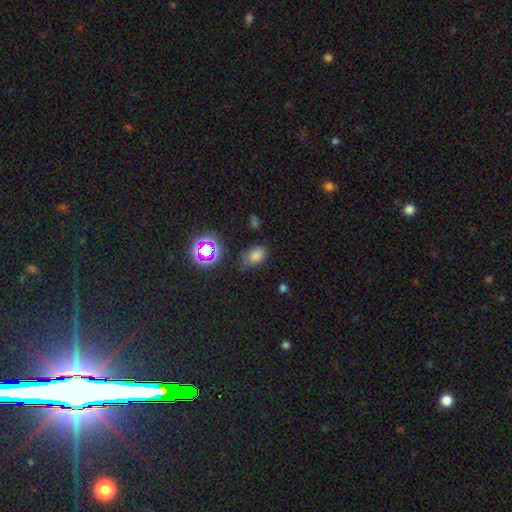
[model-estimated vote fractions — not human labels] Smooth or featured? Predicted: smooth (p=0.71). How rounded? Predicted: in between (p=0.81). Merging? Predicted: none (p=0.64).